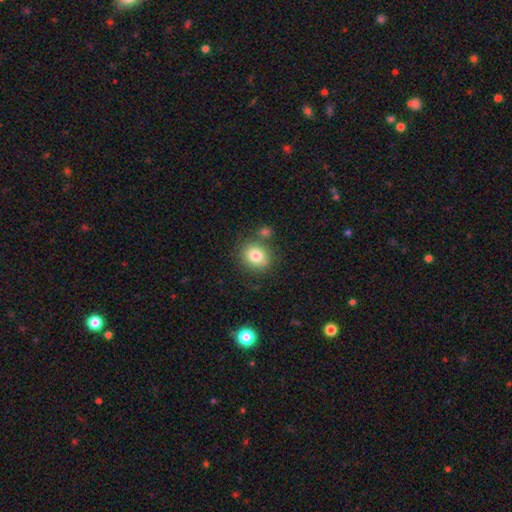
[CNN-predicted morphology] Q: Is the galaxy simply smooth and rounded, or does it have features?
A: smooth — 81%.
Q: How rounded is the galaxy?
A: round — 72%.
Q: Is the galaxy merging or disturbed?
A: none — 73%.